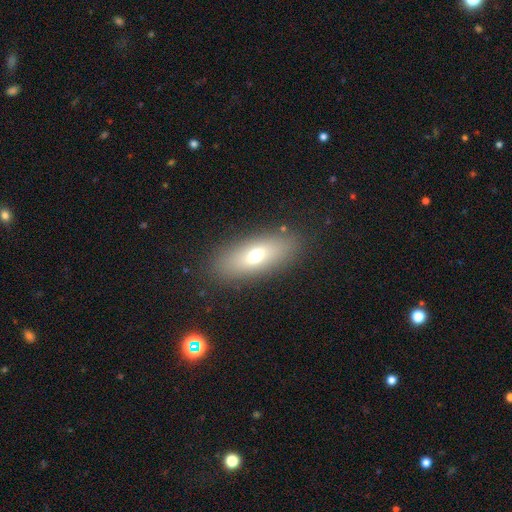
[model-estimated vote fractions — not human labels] Smooth or featured: smooth — 65% (featured or disk — 25%)
How rounded: in between — 76% (cigar-shaped — 19%)
Merging: none — 85% (minor disturbance — 9%)